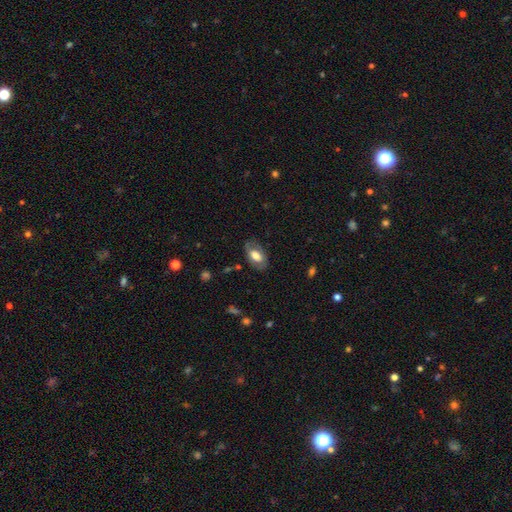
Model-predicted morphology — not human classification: Q: Smooth or featured?
A: smooth (58%); runner-up: featured or disk (35%)
Q: How rounded?
A: in between (92%); runner-up: round (6%)
Q: Merging?
A: none (77%); runner-up: minor disturbance (16%)